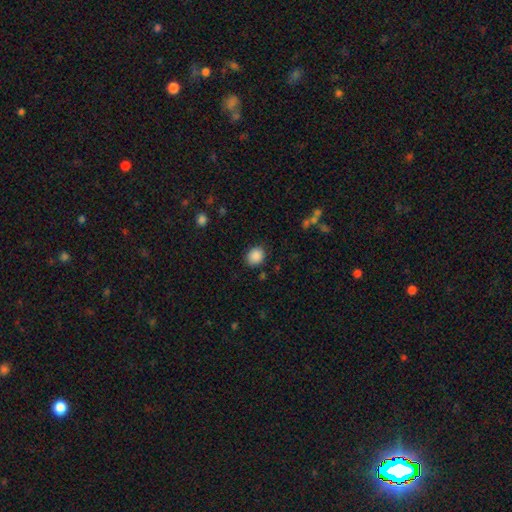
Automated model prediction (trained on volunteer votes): Q: Smooth or featured?
A: smooth (88%); runner-up: star or artifact (9%)
Q: How rounded?
A: round (62%); runner-up: in between (37%)
Q: Merging?
A: none (83%); runner-up: minor disturbance (12%)